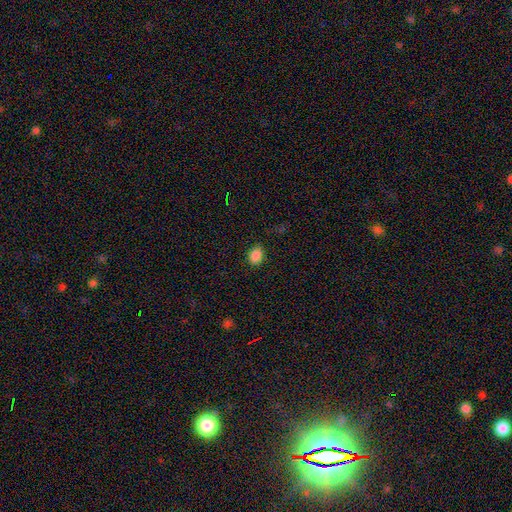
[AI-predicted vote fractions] Smooth or featured?
  - smooth: 86% *
  - star or artifact: 10%
  - featured or disk: 4%
How rounded?
  - in between: 69% *
  - round: 30%
  - cigar-shaped: 1%
Merging?
  - none: 86% *
  - minor disturbance: 11%
  - major disturbance: 3%
  - merger: 1%